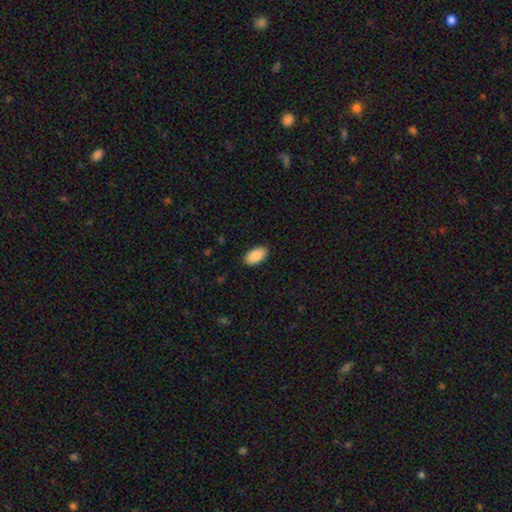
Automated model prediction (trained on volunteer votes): smooth-or-featured: smooth: 89% | star or artifact: 6% | featured or disk: 5%
  how-rounded: in between: 95% | round: 3% | cigar-shaped: 2%
  merging: none: 88% | minor disturbance: 9% | major disturbance: 2% | merger: 1%